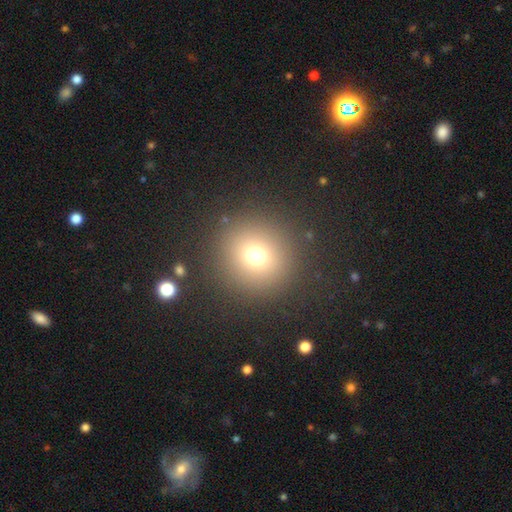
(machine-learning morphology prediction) smooth_or_featured: smooth (p=0.71) [alt: star or artifact p=0.19]
how_rounded: round (p=0.94) [alt: in between p=0.05]
merging: none (p=0.88) [alt: minor disturbance p=0.06]